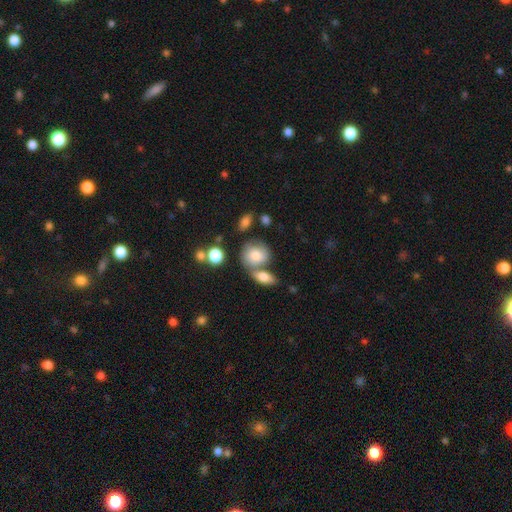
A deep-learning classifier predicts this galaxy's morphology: Smooth or featured?
  - smooth: 73% *
  - featured or disk: 19%
  - star or artifact: 8%
How rounded?
  - round: 67% *
  - in between: 31%
  - cigar-shaped: 2%
Merging?
  - none: 46% *
  - merger: 32%
  - minor disturbance: 16%
  - major disturbance: 6%